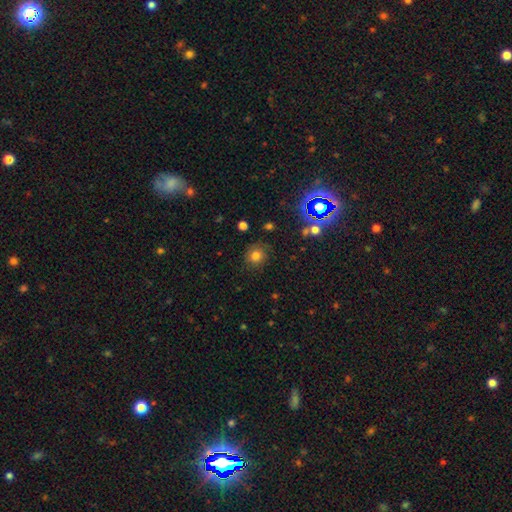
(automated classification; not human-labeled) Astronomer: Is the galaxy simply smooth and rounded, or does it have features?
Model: smooth — 72%.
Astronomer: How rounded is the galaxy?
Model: round — 87%.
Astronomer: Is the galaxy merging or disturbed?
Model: none — 80%.